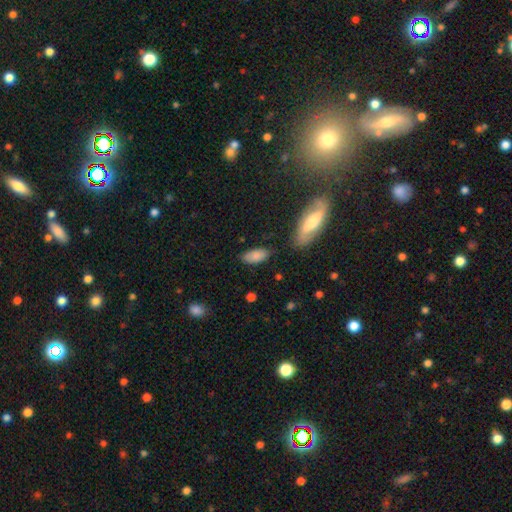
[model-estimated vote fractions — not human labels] Morphology: type=smooth (83%); roundness=in between (88%); merging=none (74%).